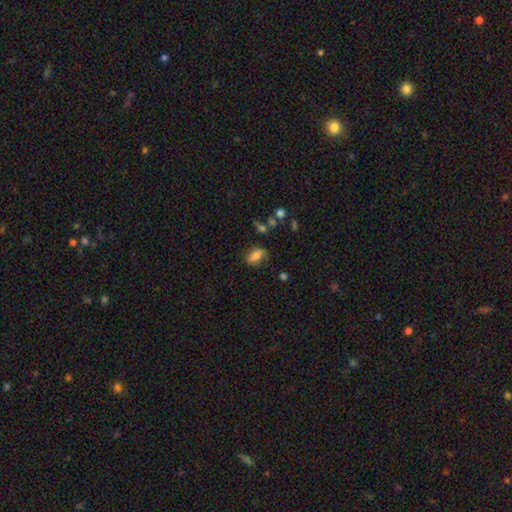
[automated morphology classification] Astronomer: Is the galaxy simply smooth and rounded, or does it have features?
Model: smooth — 75%.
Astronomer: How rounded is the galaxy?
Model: in between — 84%.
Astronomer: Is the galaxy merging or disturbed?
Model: none — 72%.